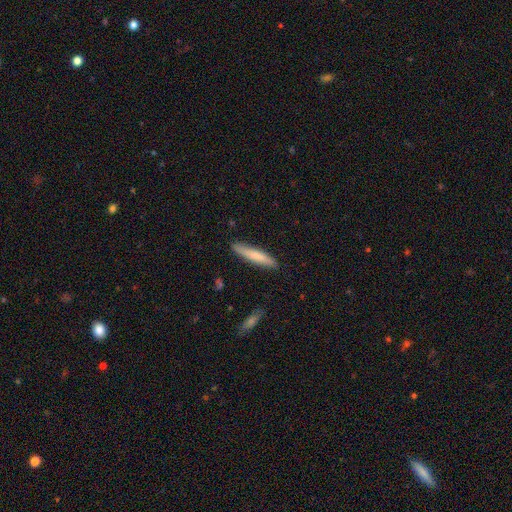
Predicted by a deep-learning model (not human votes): Smooth or featured? smooth (68%)
How rounded? cigar-shaped (90%)
Merging? none (86%)